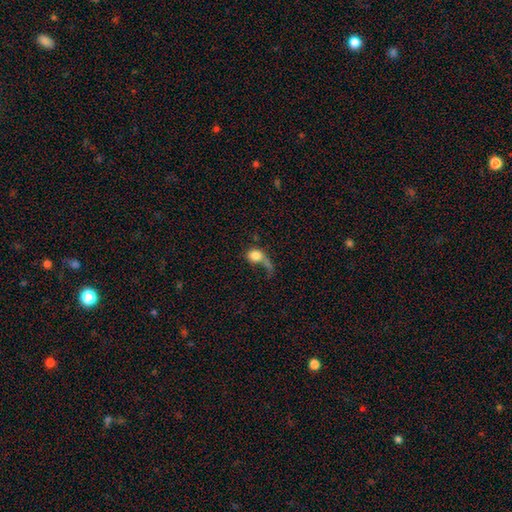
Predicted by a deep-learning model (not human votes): This appears to be a smooth galaxy with no disk features (72%) that is round (59%). Merging: major disturbance (50%).